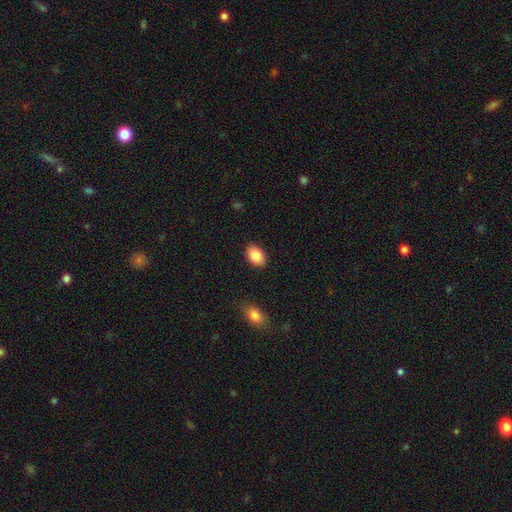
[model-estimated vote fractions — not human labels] This is clearly a smooth galaxy (87%). How rounded: clearly in between (87%). Merging: clearly none (87%).